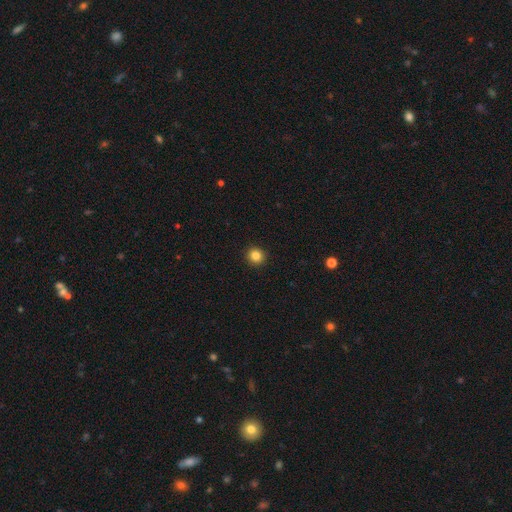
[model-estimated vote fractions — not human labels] smooth 84%, star or artifact 11%, featured or disk 5%. Down the decision tree: how rounded — round (93%); merging — none (93%).